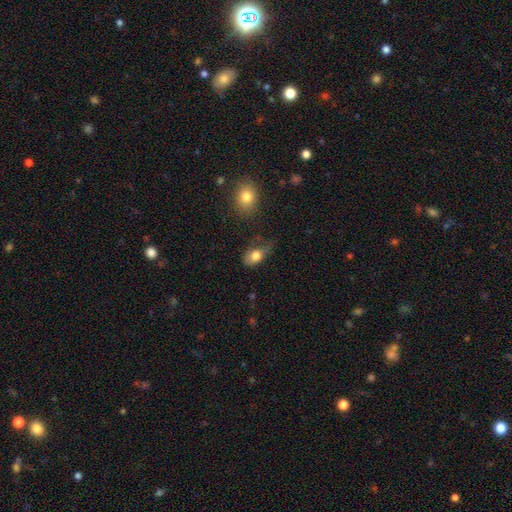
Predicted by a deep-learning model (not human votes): The model was most divided on "merging": minor disturbance: 37%, none: 30%, major disturbance: 29%, merger: 4%. More confident: how rounded — in between (81%); smooth or featured — smooth (78%).